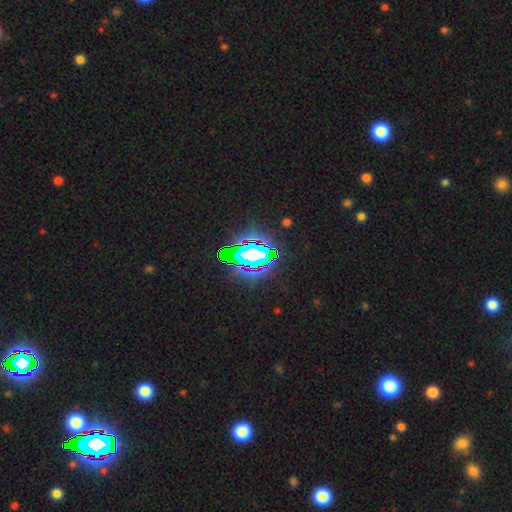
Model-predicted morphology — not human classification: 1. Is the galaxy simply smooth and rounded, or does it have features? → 82% star or artifact, 11% smooth, 7% featured or disk.